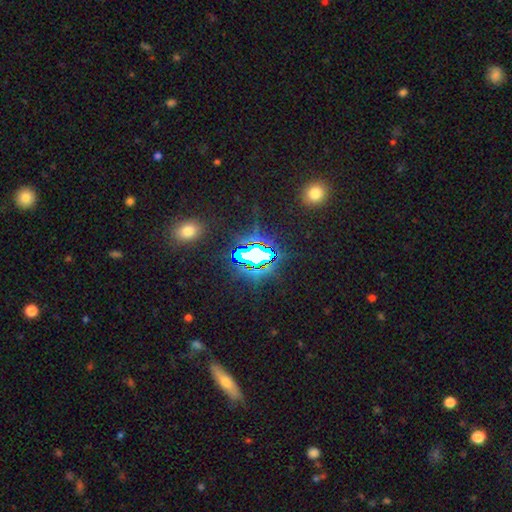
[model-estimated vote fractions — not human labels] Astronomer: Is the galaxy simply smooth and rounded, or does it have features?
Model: star or artifact — 77%.